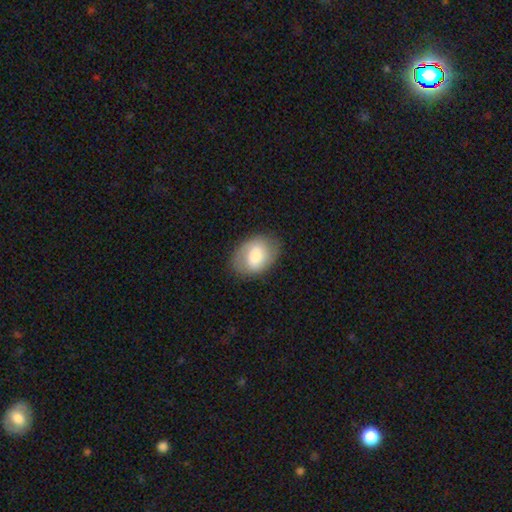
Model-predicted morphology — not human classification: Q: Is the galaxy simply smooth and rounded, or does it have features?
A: smooth — 62%.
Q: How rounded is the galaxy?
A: in between — 77%.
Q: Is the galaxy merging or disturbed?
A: none — 80%.